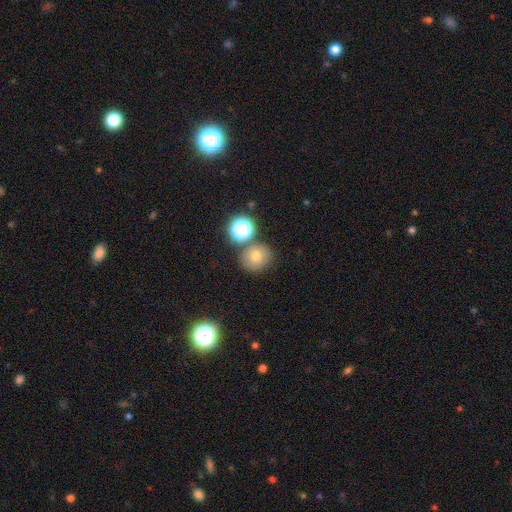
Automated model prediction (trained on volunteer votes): Smooth or featured? Predicted: smooth (p=0.68). How rounded? Predicted: round (p=0.78). Merging? Predicted: none (p=0.75).